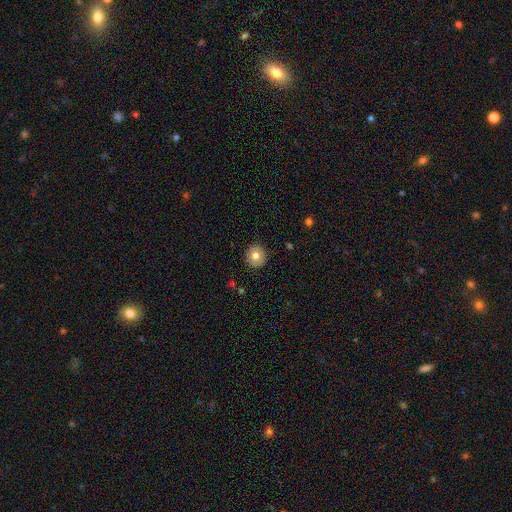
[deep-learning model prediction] This appears to be a smooth galaxy with no disk features (78%) that is round (92%). Merging: none (91%).